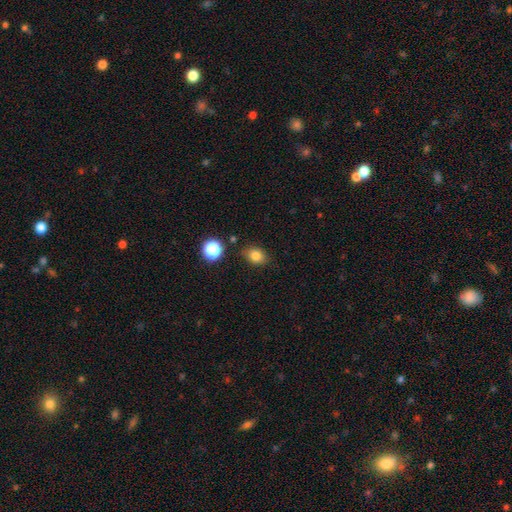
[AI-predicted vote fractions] smooth_or_featured: smooth (p=0.80) [alt: star or artifact p=0.13]
how_rounded: in between (p=0.60) [alt: round p=0.38]
merging: none (p=0.81) [alt: minor disturbance p=0.13]